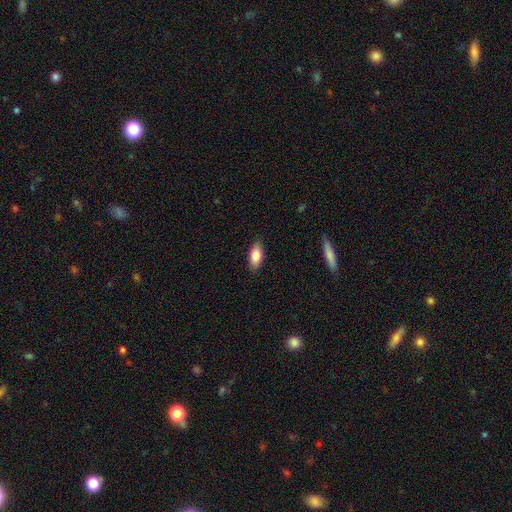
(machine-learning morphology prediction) A smooth galaxy with no disk features (82%) that is in between round and cigar-shaped (85%).

Vote fractions:
- Smooth or featured? smooth: 82% / featured or disk: 12% / star or artifact: 7%
- How rounded? in between: 85% / cigar-shaped: 13% / round: 3%
- Merging? none: 87% / minor disturbance: 10% / major disturbance: 2% / merger: 1%